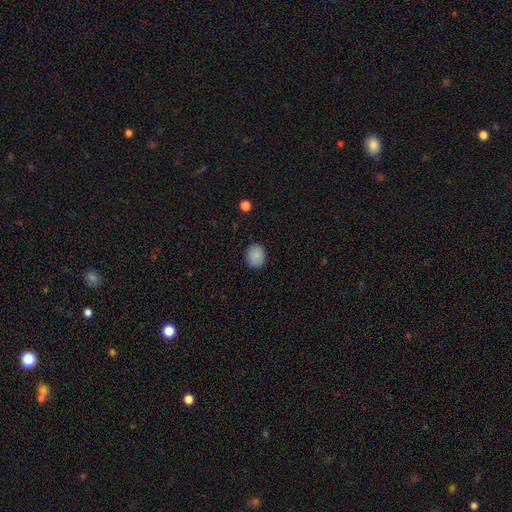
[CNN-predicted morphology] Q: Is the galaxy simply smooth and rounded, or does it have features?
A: smooth — 88%.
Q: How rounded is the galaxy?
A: round — 54%.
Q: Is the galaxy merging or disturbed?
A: none — 87%.